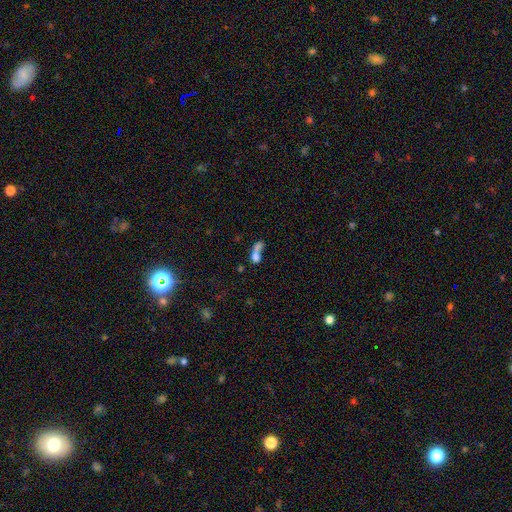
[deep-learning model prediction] Q: Smooth or featured?
A: smooth (67%); runner-up: featured or disk (20%)
Q: How rounded?
A: in between (61%); runner-up: round (28%)
Q: Merging?
A: merger (67%); runner-up: none (18%)